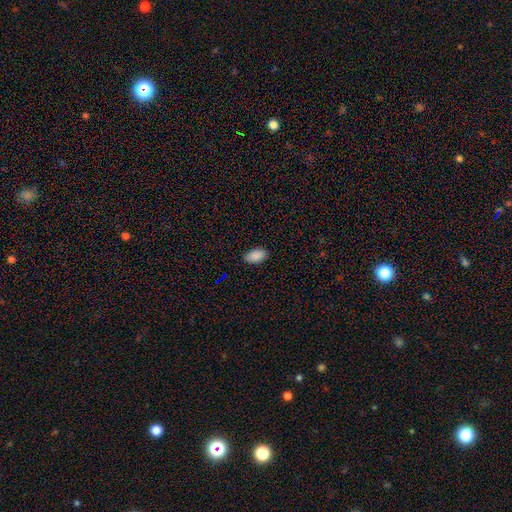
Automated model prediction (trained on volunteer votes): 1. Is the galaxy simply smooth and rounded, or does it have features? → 89% smooth, 8% star or artifact, 4% featured or disk.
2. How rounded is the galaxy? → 94% in between, 4% round, 2% cigar-shaped.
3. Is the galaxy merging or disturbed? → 85% none, 12% minor disturbance, 2% major disturbance, 1% merger.